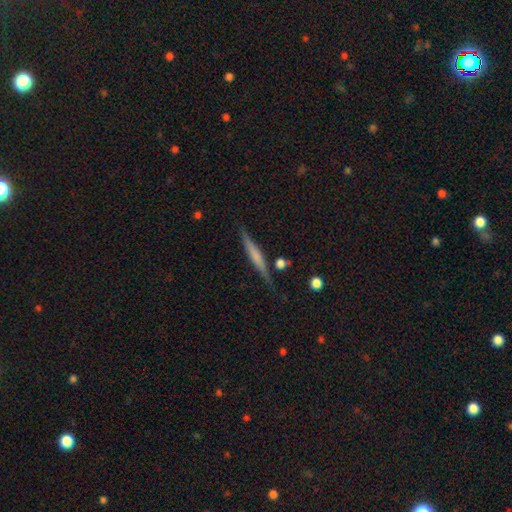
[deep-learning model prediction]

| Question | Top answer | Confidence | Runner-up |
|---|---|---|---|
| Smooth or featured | featured or disk | 51% | smooth (42%) |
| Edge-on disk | yes | 96% | no (4%) |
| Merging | none | 83% | minor disturbance (11%) |